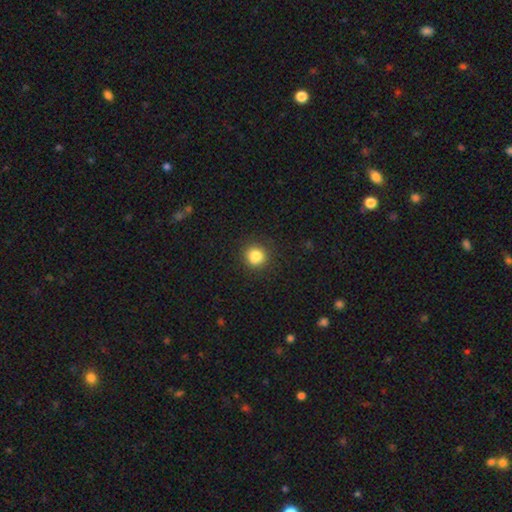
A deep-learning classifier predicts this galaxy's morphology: smooth 83%, star or artifact 12%, featured or disk 5%. Down the decision tree: how rounded — round (90%); merging — none (86%).